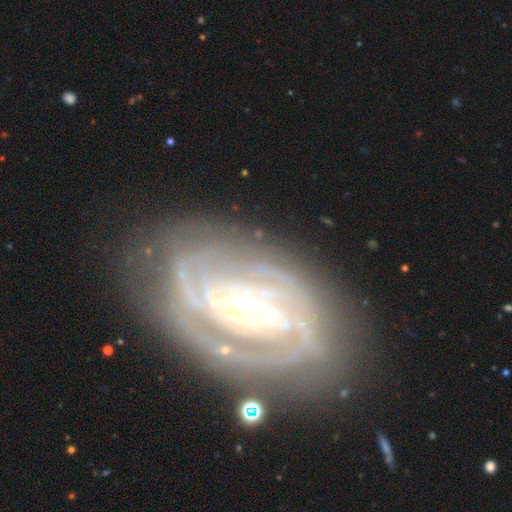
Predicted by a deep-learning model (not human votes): Smooth or featured? Predicted: featured or disk (p=0.90). Edge-on disk? Predicted: no (p=0.95). Bar? Predicted: strong (p=0.40). Spiral arms? Predicted: yes (p=0.97). Spiral winding? Predicted: tight (p=0.66). Spiral arm count? Predicted: 2 (p=0.40). Bulge size? Predicted: moderate (p=0.59). Merging? Predicted: none (p=0.75).